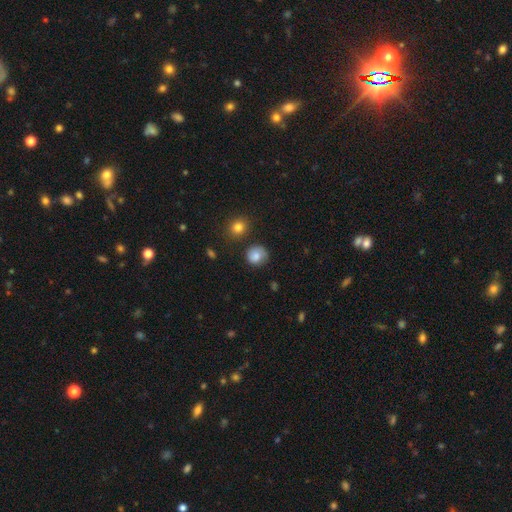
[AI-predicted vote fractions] smooth 80%, featured or disk 11%, star or artifact 9%. Down the decision tree: how rounded — round (84%); merging — none (71%).